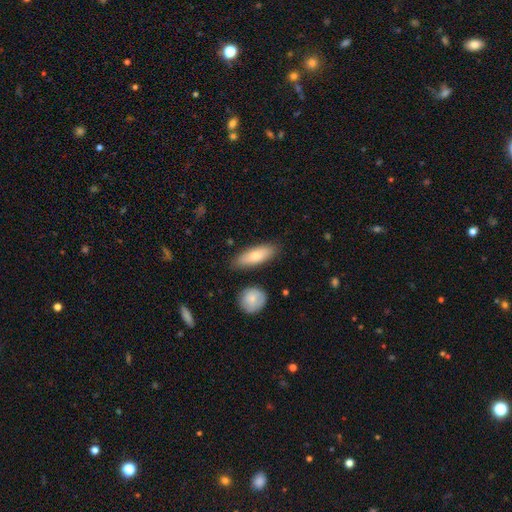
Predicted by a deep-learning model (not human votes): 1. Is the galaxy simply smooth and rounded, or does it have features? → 72% smooth, 22% featured or disk, 6% star or artifact.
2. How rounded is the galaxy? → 62% in between, 35% cigar-shaped, 3% round.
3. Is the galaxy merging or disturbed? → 82% none, 12% minor disturbance, 4% merger, 3% major disturbance.